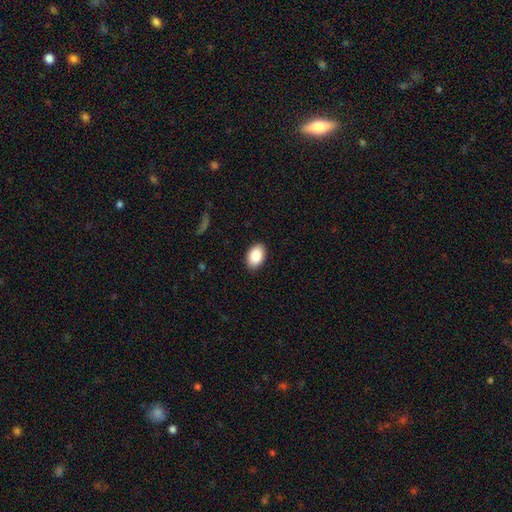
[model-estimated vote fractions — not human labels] Q: Smooth or featured?
A: smooth (88%); runner-up: star or artifact (7%)
Q: How rounded?
A: in between (88%); runner-up: round (11%)
Q: Merging?
A: none (90%); runner-up: minor disturbance (7%)